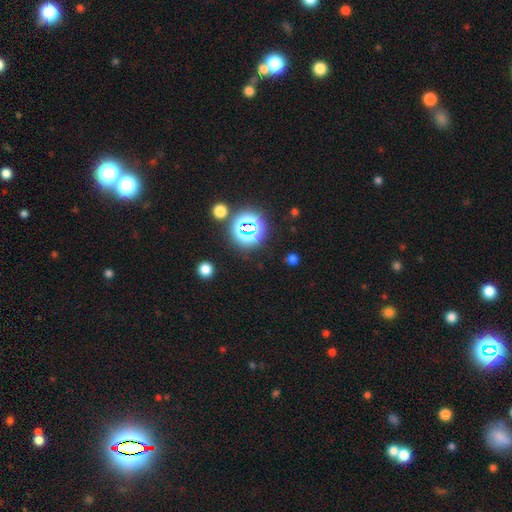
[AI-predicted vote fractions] This is likely a star or artifact rather than a galaxy (75%).